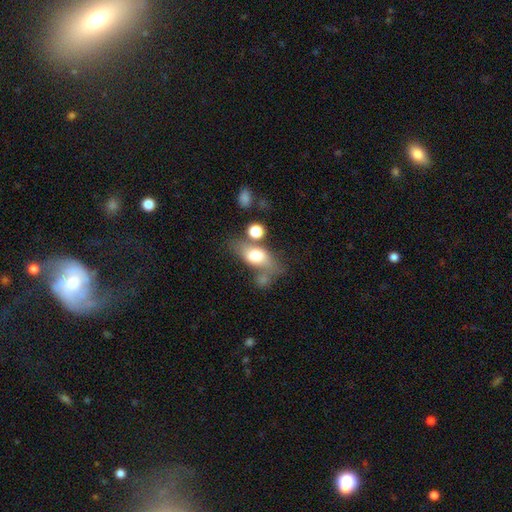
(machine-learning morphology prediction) A smooth galaxy with no disk features (64%) that is in between round and cigar-shaped (77%).

Vote fractions:
- Smooth or featured? smooth: 64% / featured or disk: 28% / star or artifact: 8%
- How rounded? in between: 77% / round: 12% / cigar-shaped: 11%
- Merging? none: 45% / merger: 21% / minor disturbance: 20% / major disturbance: 13%